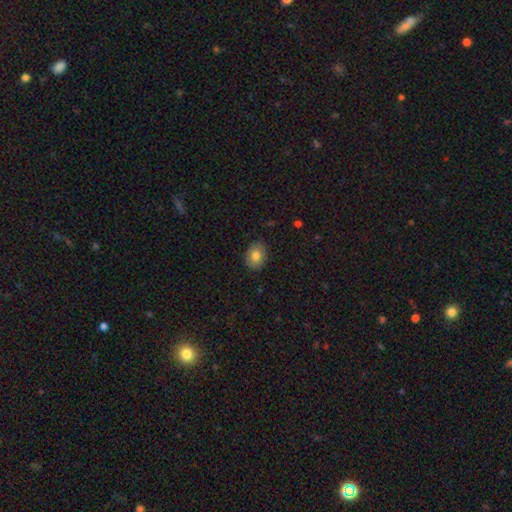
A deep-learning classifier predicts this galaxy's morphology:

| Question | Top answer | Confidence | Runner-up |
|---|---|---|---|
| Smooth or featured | smooth | 81% | featured or disk (11%) |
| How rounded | in between | 56% | round (43%) |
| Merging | none | 87% | minor disturbance (10%) |